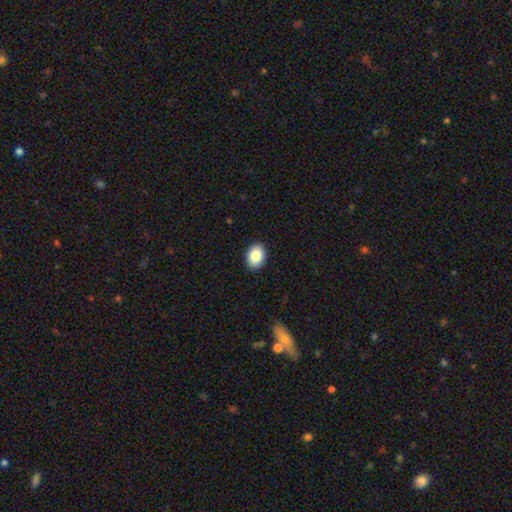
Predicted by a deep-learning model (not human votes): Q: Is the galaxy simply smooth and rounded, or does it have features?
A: smooth — 87%.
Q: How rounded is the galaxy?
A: in between — 81%.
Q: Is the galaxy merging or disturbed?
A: none — 90%.